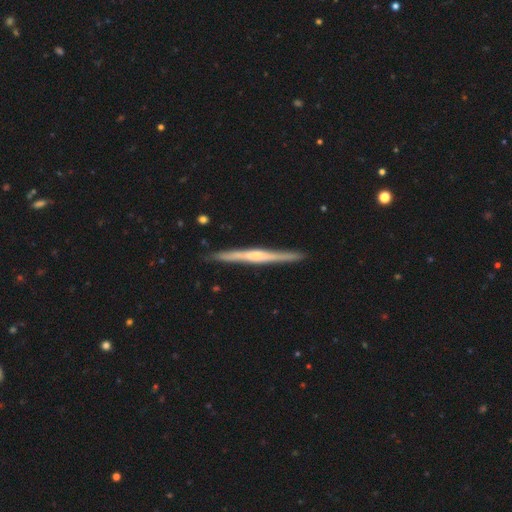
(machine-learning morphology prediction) type=featured or disk (72%); edge-on=yes (98%); edge-on bulge=rounded (50%); merging=none (90%).